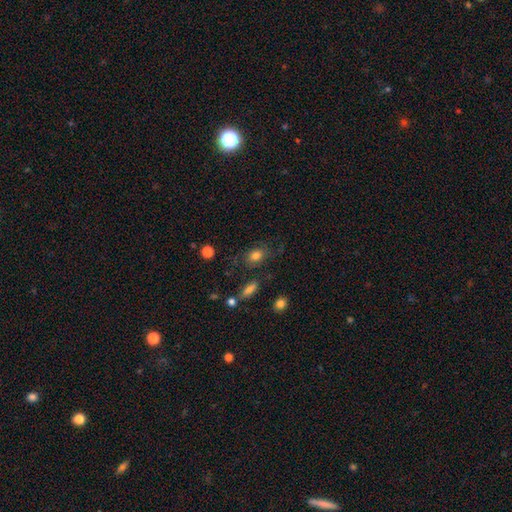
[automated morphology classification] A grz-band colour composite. It shows a smooth galaxy with no disk features (74%) that is in between round and cigar-shaped (69%). Merging: none (64%).